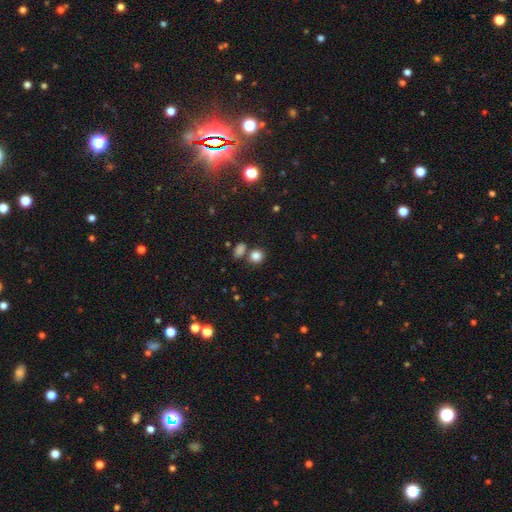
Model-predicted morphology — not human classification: smooth-or-featured: smooth: 83% | star or artifact: 12% | featured or disk: 5%
  how-rounded: round: 75% | in between: 24% | cigar-shaped: 1%
  merging: none: 66% | merger: 20% | minor disturbance: 10% | major disturbance: 4%